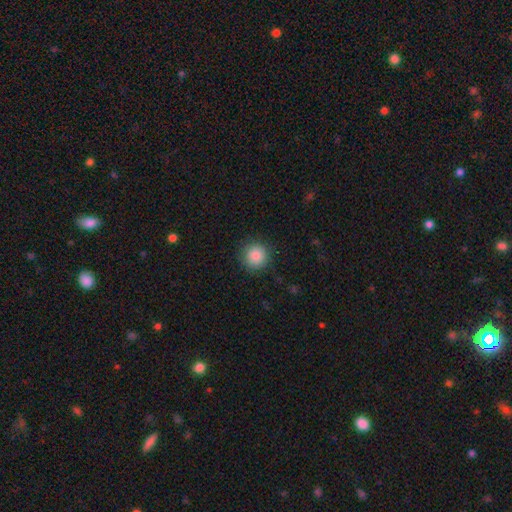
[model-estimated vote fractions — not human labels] The model was most divided on "smooth or featured": smooth: 87%, star or artifact: 9%, featured or disk: 4%. More confident: how rounded — round (94%); merging — none (89%).